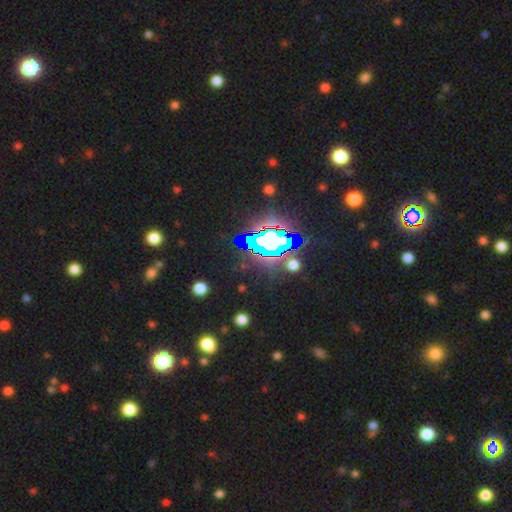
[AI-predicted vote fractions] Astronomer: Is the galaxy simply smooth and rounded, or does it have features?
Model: star or artifact — 82%.